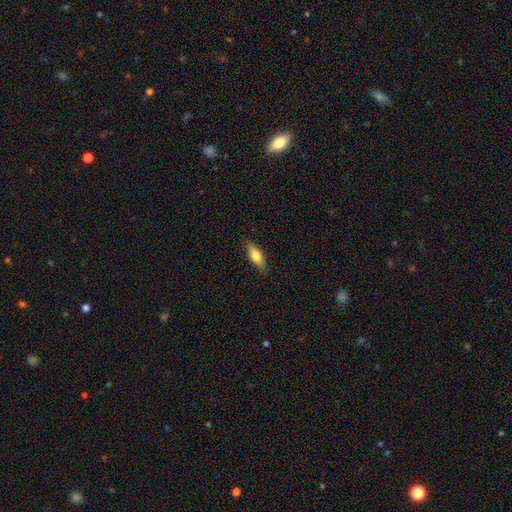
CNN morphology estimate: smooth_or_featured: smooth (p=0.65) [alt: featured or disk p=0.29]
how_rounded: in between (p=0.53) [alt: cigar-shaped p=0.45]
merging: none (p=0.86) [alt: minor disturbance p=0.11]